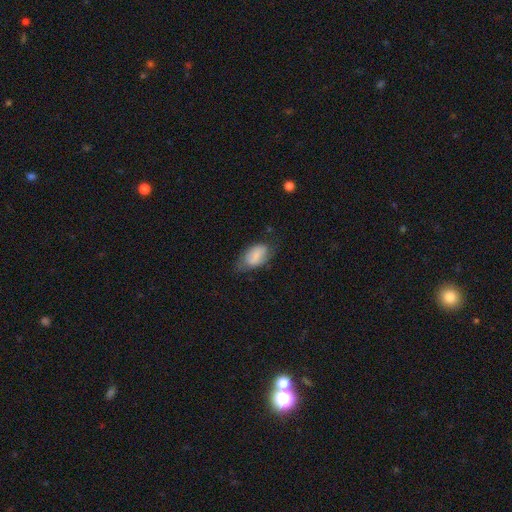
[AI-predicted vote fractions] smooth_or_featured: smooth (p=0.73) [alt: featured or disk p=0.20]
how_rounded: in between (p=0.93) [alt: round p=0.04]
merging: none (p=0.54) [alt: minor disturbance p=0.33]